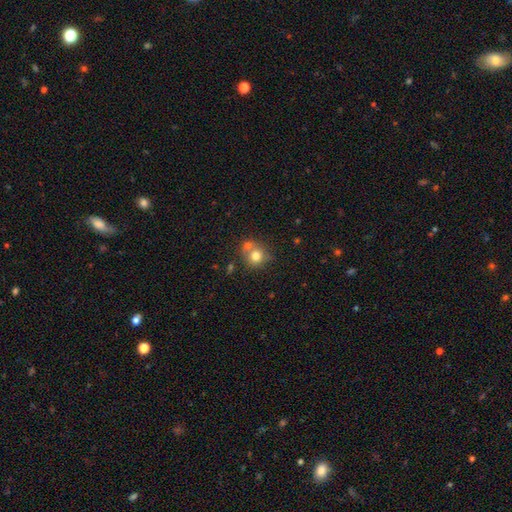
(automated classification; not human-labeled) Morphology: type=smooth (75%); roundness=round (84%); merging=none (47%).